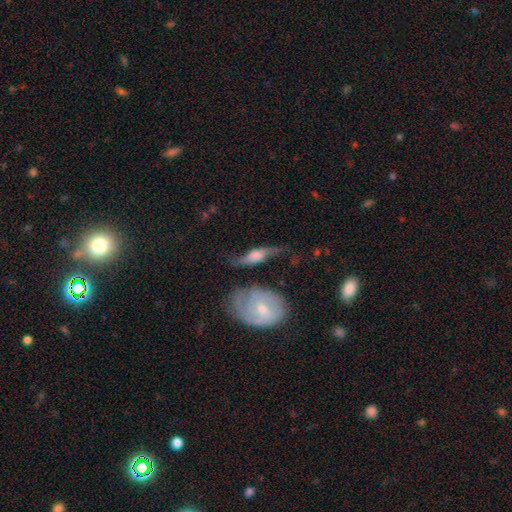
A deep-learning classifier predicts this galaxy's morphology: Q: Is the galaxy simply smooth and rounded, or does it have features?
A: featured or disk — 63%.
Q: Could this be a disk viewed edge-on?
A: no — 56%.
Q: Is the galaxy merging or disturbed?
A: none — 47%.